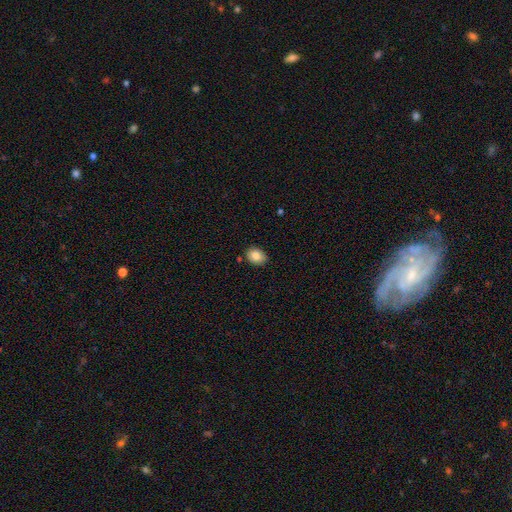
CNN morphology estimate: smooth 85%, star or artifact 8%, featured or disk 7%. Down the decision tree: how rounded — in between (62%); merging — none (85%).